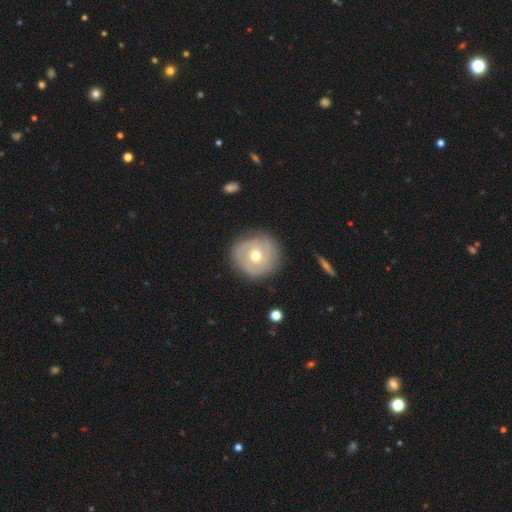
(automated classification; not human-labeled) featured or disk 50%, smooth 43%, star or artifact 7%. Down the decision tree: merging — none (79%).